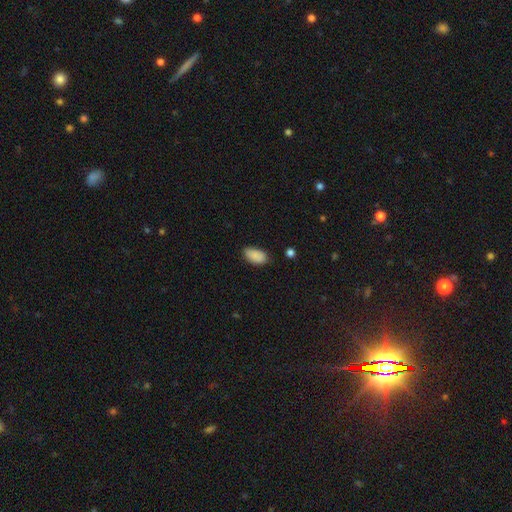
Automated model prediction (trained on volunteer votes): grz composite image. It shows a smooth galaxy with no disk features (88%) that is in between round and cigar-shaped (94%). Merging: none (76%).